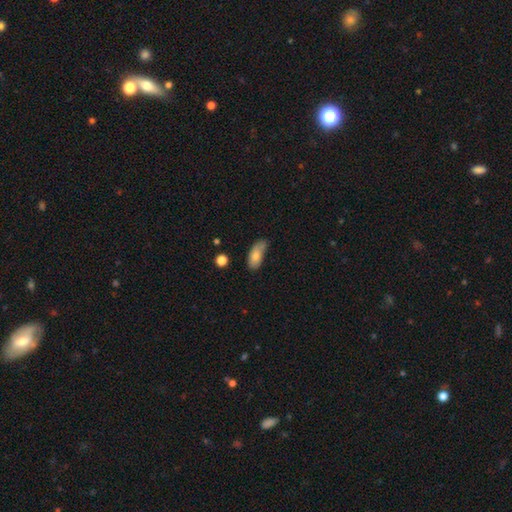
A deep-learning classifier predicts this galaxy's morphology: A smooth galaxy with no disk features (80%) that is in between round and cigar-shaped (84%). Merging: none (45%).